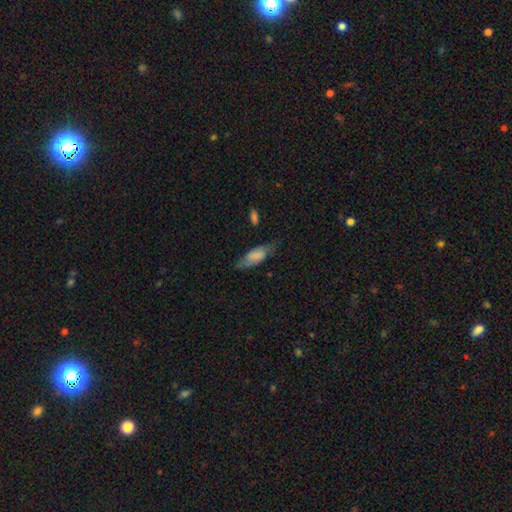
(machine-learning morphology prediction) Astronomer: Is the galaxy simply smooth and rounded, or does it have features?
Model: smooth — 65%.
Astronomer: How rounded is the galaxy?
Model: in between — 73%.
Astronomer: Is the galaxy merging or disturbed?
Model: none — 61%.